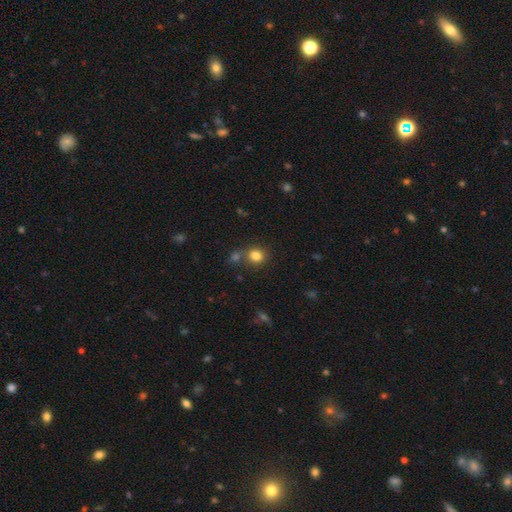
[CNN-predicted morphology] This appears to be a smooth galaxy with no disk features (82%) that is round (77%). Merging: none (67%).